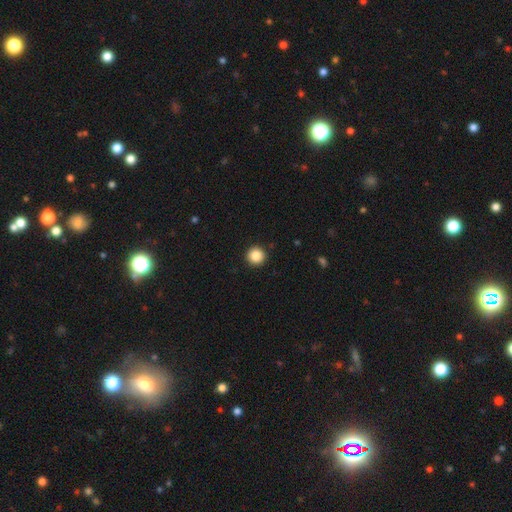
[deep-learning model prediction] This appears to be a smooth galaxy with no disk features (86%) that is round (96%). Merging: none (93%).